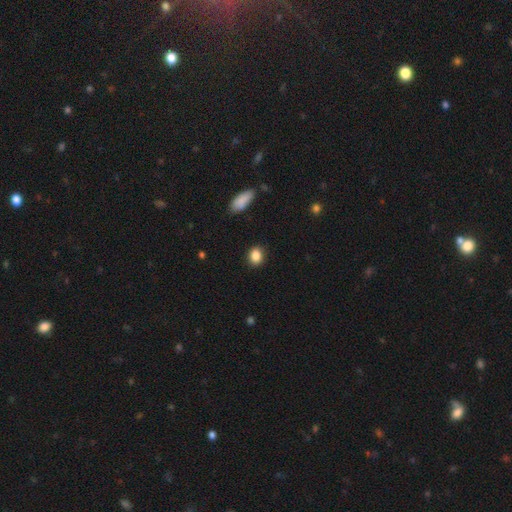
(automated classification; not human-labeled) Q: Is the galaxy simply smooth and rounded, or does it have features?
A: smooth — 87%.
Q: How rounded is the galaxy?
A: in between — 51%.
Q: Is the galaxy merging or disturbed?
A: none — 87%.